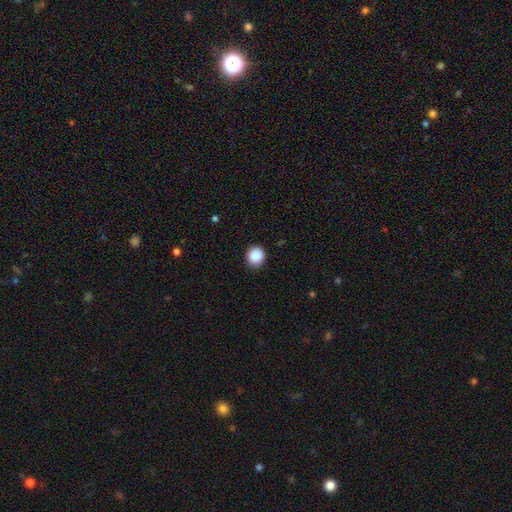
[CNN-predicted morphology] Q: Smooth or featured?
A: smooth (89%); runner-up: star or artifact (9%)
Q: How rounded?
A: round (84%); runner-up: in between (15%)
Q: Merging?
A: none (87%); runner-up: minor disturbance (10%)